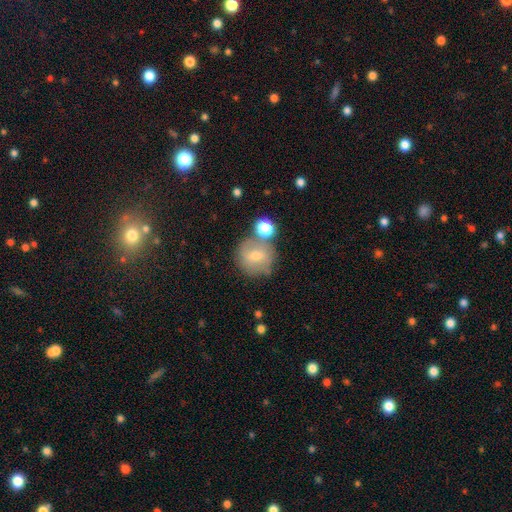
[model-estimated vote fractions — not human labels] Morphology: type=smooth (61%); roundness=round (90%); merging=none (60%).